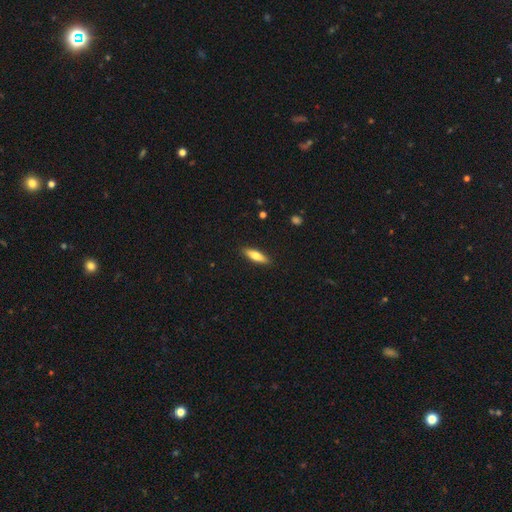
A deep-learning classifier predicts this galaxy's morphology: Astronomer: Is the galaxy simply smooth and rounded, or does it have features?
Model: smooth — 70%.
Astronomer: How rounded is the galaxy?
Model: cigar-shaped — 60% (runner-up: in between, 38%).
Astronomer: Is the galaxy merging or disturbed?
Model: none — 89%.